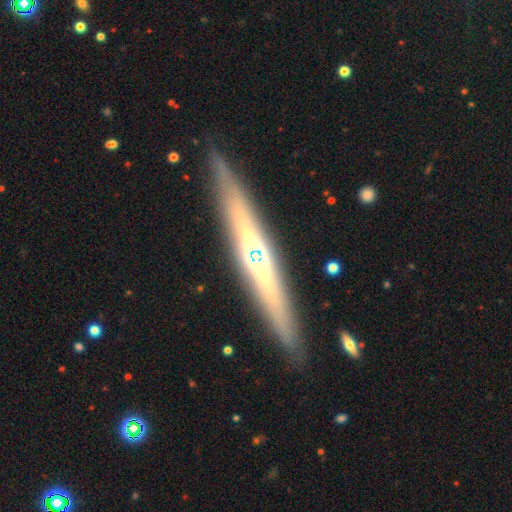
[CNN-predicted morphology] This appears to be a featured or disk galaxy (75%) viewed edge-on (95%) with a rounded central bulge (60%). Merging: none (89%).